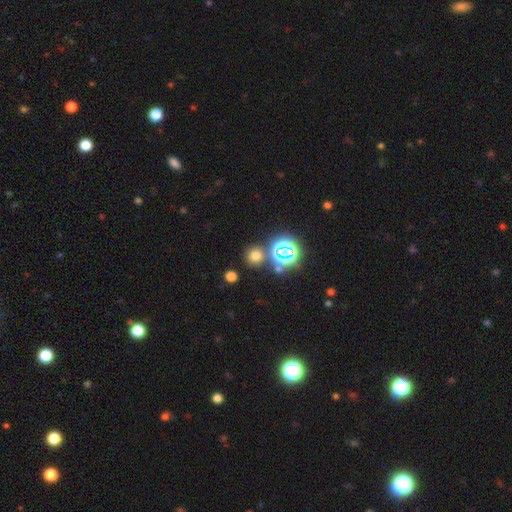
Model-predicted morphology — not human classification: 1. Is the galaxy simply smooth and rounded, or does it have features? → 62% smooth, 31% star or artifact, 6% featured or disk.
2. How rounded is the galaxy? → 88% round, 11% in between, 1% cigar-shaped.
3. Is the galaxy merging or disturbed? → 80% none, 8% merger, 8% minor disturbance, 3% major disturbance.